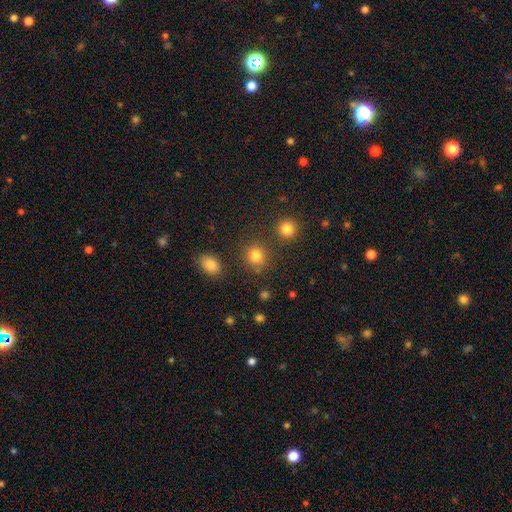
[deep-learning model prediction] A smooth galaxy with no disk features (81%) that is round (86%).

Vote fractions:
- Smooth or featured? smooth: 81% / star or artifact: 14% / featured or disk: 5%
- How rounded? round: 86% / in between: 13% / cigar-shaped: 1%
- Merging? none: 81% / minor disturbance: 8% / merger: 7% / major disturbance: 4%